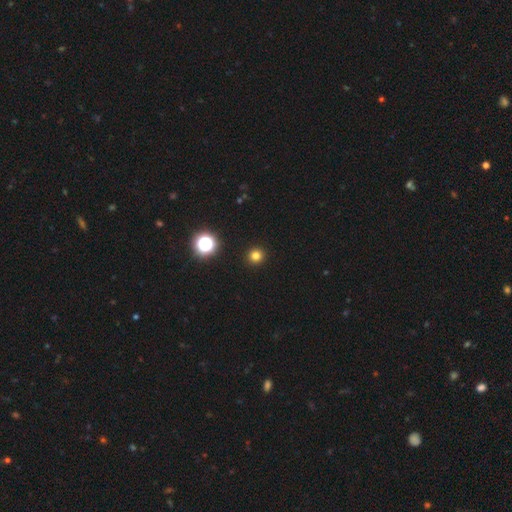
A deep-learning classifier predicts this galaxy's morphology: Smooth or featured? smooth (79%)
How rounded? round (94%)
Merging? none (93%)